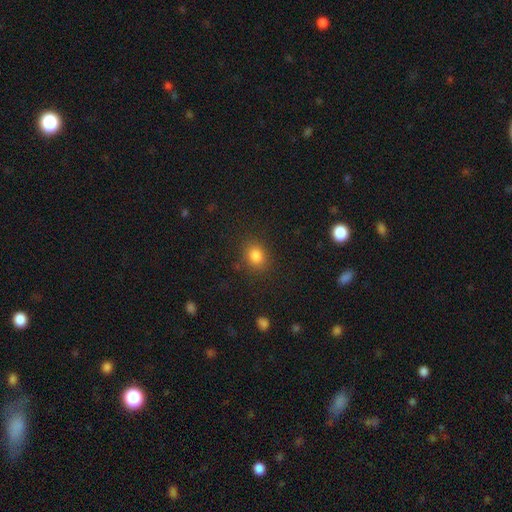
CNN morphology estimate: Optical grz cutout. It shows a smooth galaxy with no disk features (82%) that is round (60%). Merging: none (84%).